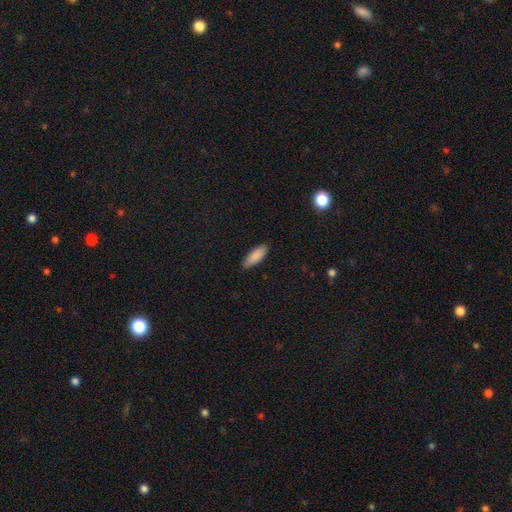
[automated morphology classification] A smooth galaxy with no disk features (89%) that is in between round and cigar-shaped (72%). Merging: none (88%).